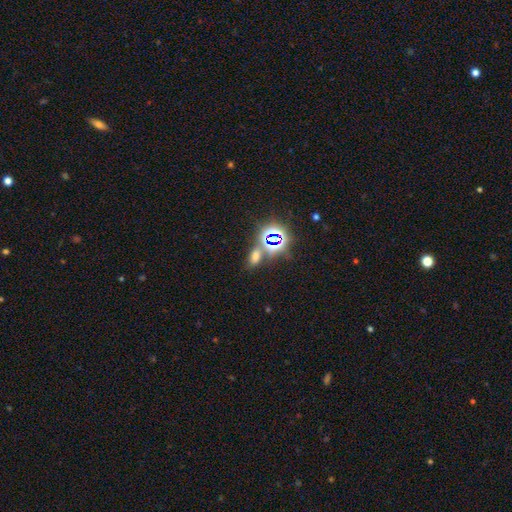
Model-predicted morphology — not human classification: A smooth galaxy with no disk features (48%).

Vote fractions:
- Smooth or featured? smooth: 48% / star or artifact: 44% / featured or disk: 8%
- Merging? none: 69% / merger: 16% / minor disturbance: 11% / major disturbance: 5%